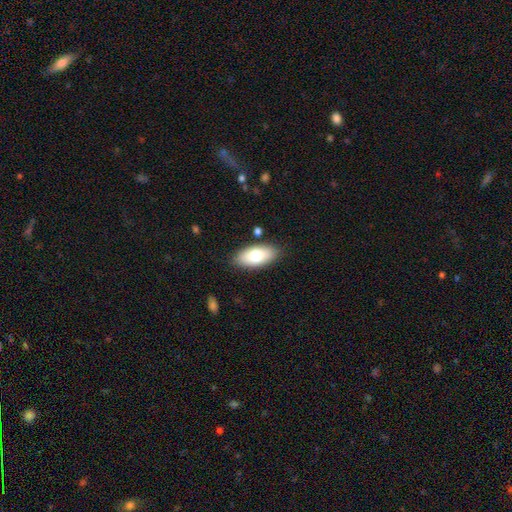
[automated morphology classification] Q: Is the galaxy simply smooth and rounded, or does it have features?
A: smooth — 72%.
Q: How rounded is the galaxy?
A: in between — 91%.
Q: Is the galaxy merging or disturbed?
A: none — 85%.